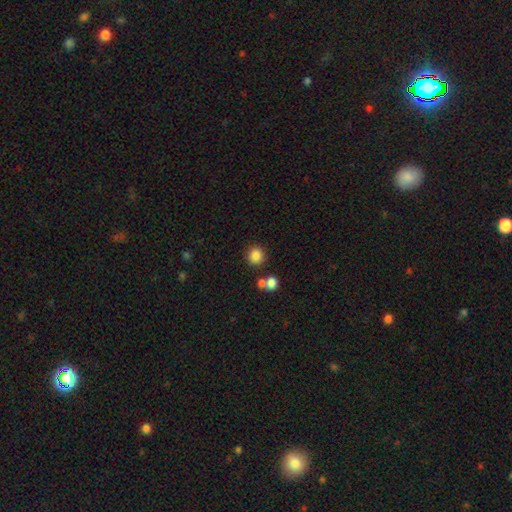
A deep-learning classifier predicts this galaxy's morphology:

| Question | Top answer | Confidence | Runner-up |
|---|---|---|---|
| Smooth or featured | smooth | 84% | star or artifact (11%) |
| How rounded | round | 88% | in between (11%) |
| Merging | none | 80% | merger (9%) |